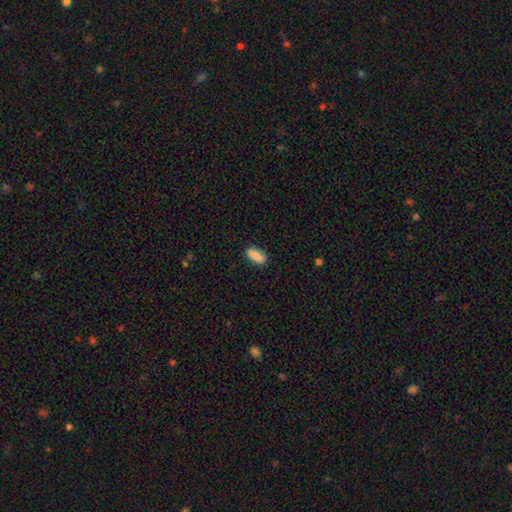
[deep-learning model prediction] This appears to be a smooth galaxy with no disk features (89%) that is in between round and cigar-shaped (81%). Merging: none (87%).